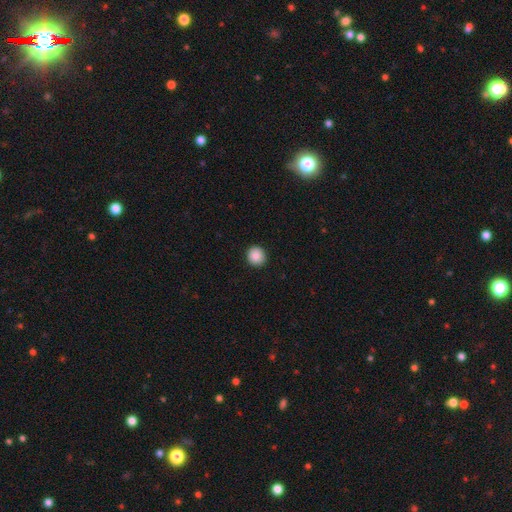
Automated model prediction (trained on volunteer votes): A smooth galaxy with no disk features (87%) that is round (92%).

Vote fractions:
- Smooth or featured? smooth: 87% / star or artifact: 9% / featured or disk: 5%
- How rounded? round: 92% / in between: 7% / cigar-shaped: 1%
- Merging? none: 93% / minor disturbance: 5% / major disturbance: 1% / merger: 1%